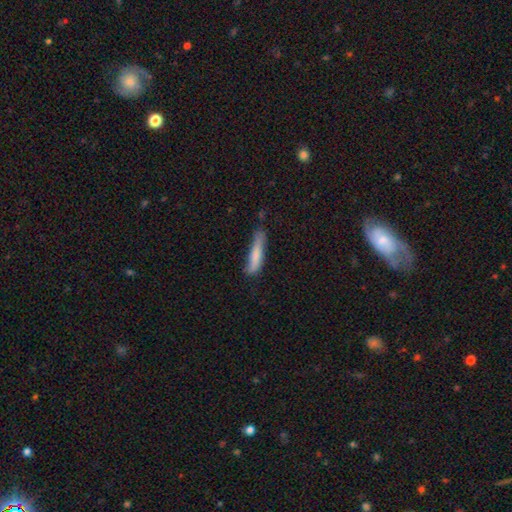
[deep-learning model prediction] smooth_or_featured: smooth (p=0.75) [alt: featured or disk p=0.19]
how_rounded: cigar-shaped (p=0.85) [alt: in between p=0.13]
merging: none (p=0.55) [alt: minor disturbance p=0.32]